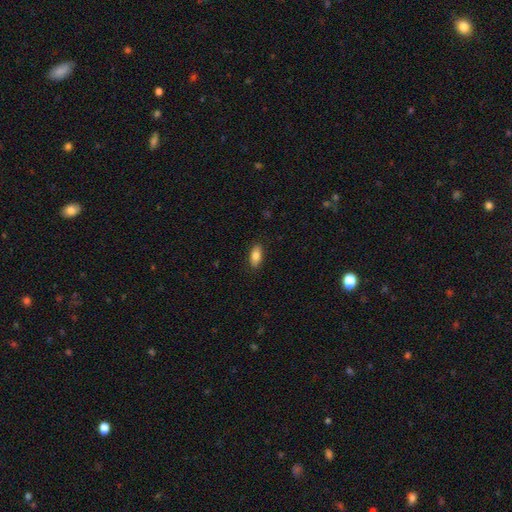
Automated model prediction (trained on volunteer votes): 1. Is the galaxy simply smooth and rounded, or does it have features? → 83% smooth, 10% featured or disk, 7% star or artifact.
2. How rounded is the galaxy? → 87% in between, 10% cigar-shaped, 3% round.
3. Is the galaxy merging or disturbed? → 87% none, 10% minor disturbance, 2% major disturbance, 1% merger.